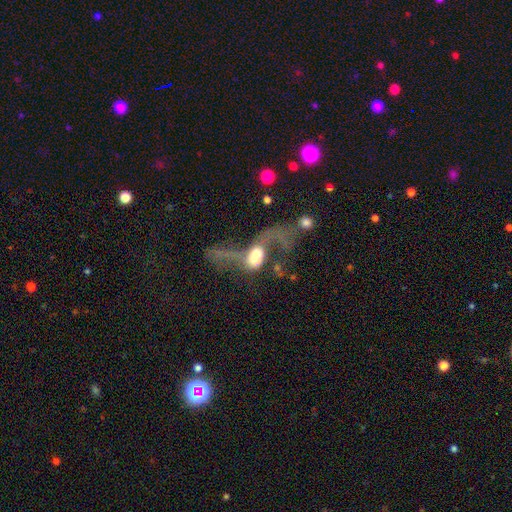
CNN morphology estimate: Smooth or featured: featured or disk — 50% (smooth — 39%)
Edge-on disk: no — 92% (yes — 8%)
Merging: merger — 43% (major disturbance — 42%)